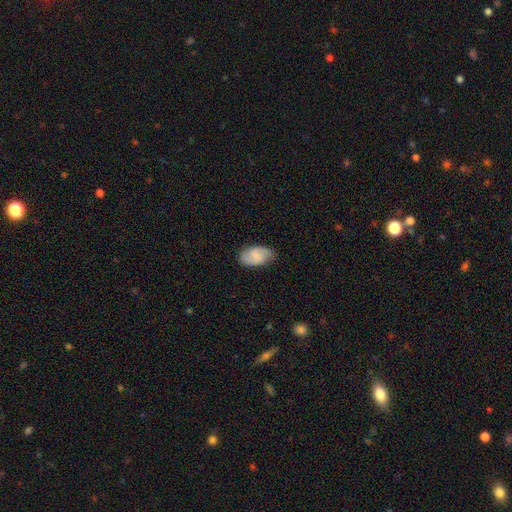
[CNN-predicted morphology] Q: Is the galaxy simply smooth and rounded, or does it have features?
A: smooth — 74%.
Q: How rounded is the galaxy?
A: in between — 95%.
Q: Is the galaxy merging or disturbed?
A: none — 79%.